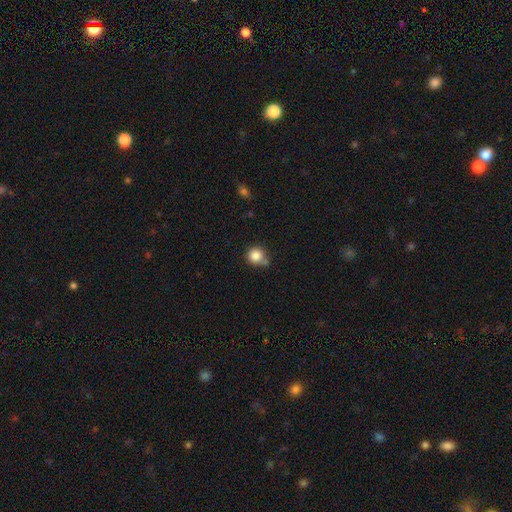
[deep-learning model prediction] Overall: smooth (84%). How rounded: round (91%). Merging: none (68%).